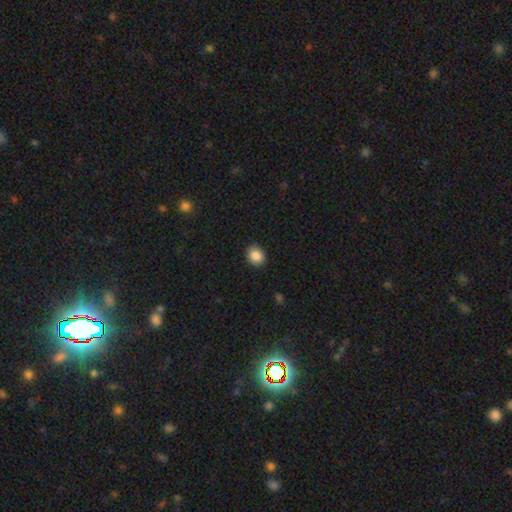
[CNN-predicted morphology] smooth_or_featured: smooth (p=0.87) [alt: star or artifact p=0.09]
how_rounded: round (p=0.62) [alt: in between p=0.38]
merging: none (p=0.89) [alt: minor disturbance p=0.08]